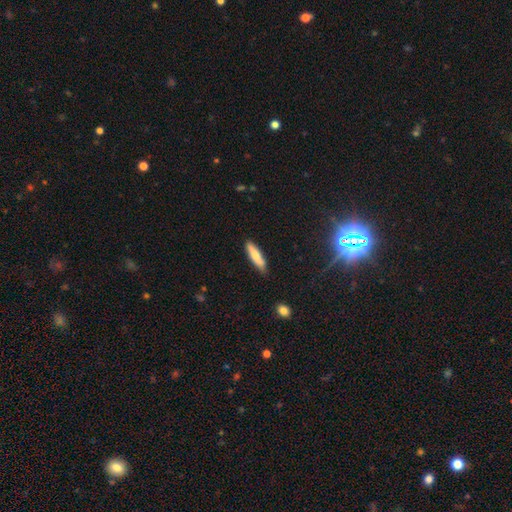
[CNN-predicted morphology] Smooth or featured: smooth — 74% (featured or disk — 20%)
How rounded: cigar-shaped — 72% (in between — 27%)
Merging: none — 83% (minor disturbance — 13%)